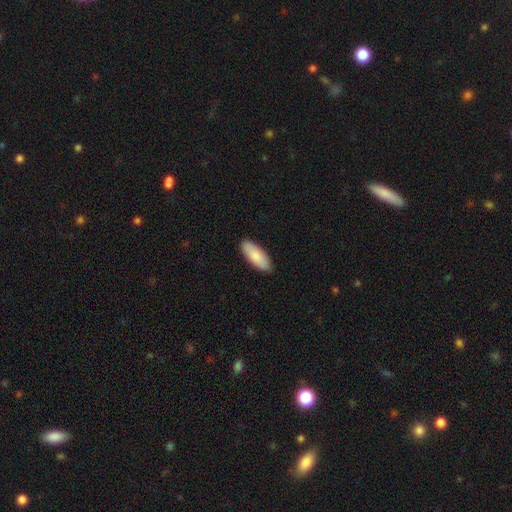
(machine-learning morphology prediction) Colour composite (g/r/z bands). It shows a smooth galaxy with no disk features (87%) that is in between round and cigar-shaped (79%). Merging: none (88%).